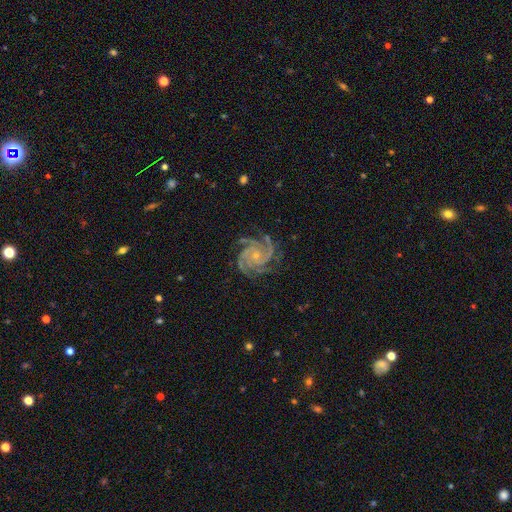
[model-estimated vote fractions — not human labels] Smooth or featured?
  - featured or disk: 93% *
  - star or artifact: 5%
  - smooth: 3%
Edge-on disk?
  - no: 98% *
  - yes: 2%
Bar?
  - no: 74% *
  - weak: 19%
  - strong: 7%
Spiral arms?
  - yes: 99% *
  - no: 1%
Spiral winding?
  - tight: 68% *
  - medium: 29%
  - loose: 3%
Spiral arm count?
  - 4: 46% *
  - 3: 26%
  - more than 4: 10%
  - can't tell: 6%
  - 2: 6%
  - 1: 5%
Bulge size?
  - small: 76% *
  - moderate: 19%
  - none: 3%
  - large: 1%
  - dominant: 1%
Merging?
  - none: 79% *
  - minor disturbance: 15%
  - major disturbance: 5%
  - merger: 1%